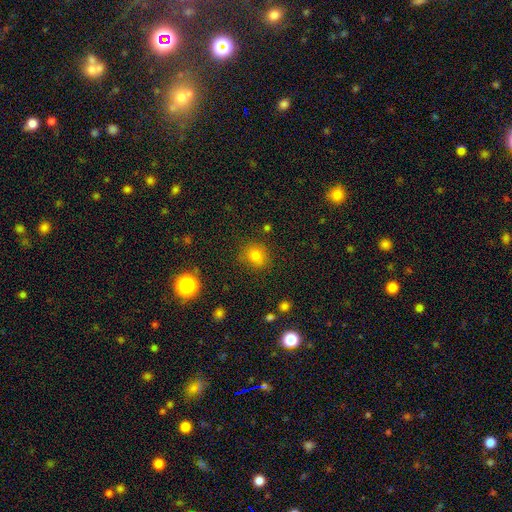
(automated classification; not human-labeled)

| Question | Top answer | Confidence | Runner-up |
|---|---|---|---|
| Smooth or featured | smooth | 78% | star or artifact (16%) |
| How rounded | round | 78% | in between (21%) |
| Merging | none | 80% | minor disturbance (13%) |